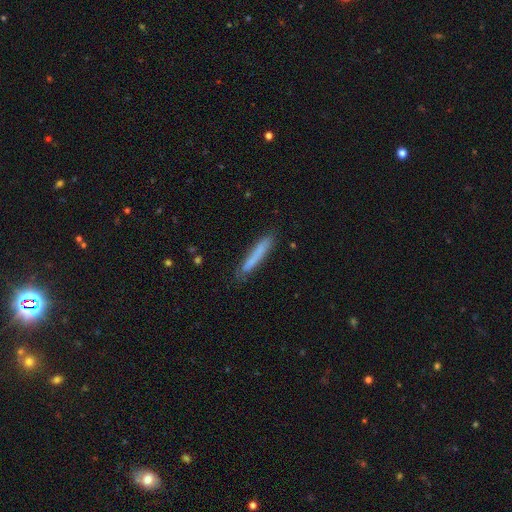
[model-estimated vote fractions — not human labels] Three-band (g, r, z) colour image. It shows a smooth galaxy with no disk features (72%) that is cigar-shaped (95%). Merging: none (83%).